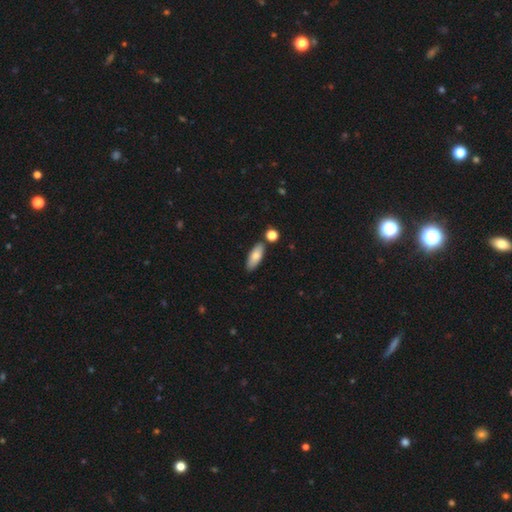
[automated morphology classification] A smooth galaxy with no disk features (79%) that is in between round and cigar-shaped (75%). Merging: none (79%).